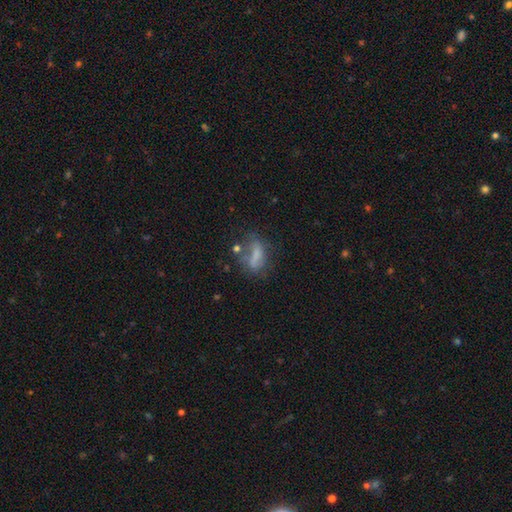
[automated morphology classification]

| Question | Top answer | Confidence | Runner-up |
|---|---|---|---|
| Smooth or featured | smooth | 54% | featured or disk (32%) |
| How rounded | in between | 68% | cigar-shaped (20%) |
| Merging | none | 37% | major disturbance (25%) |